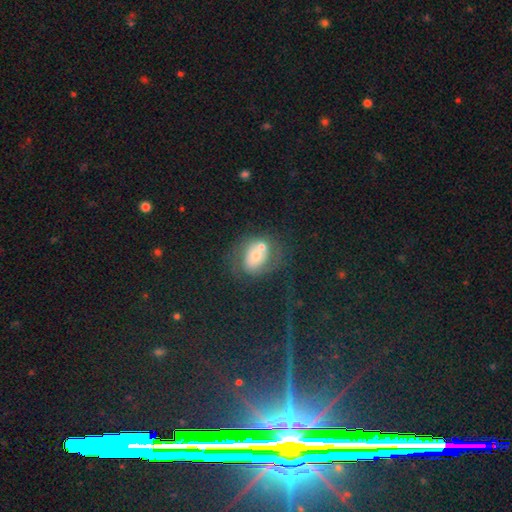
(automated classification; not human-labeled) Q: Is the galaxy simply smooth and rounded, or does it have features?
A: smooth — 45%.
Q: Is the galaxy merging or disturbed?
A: none — 40%.